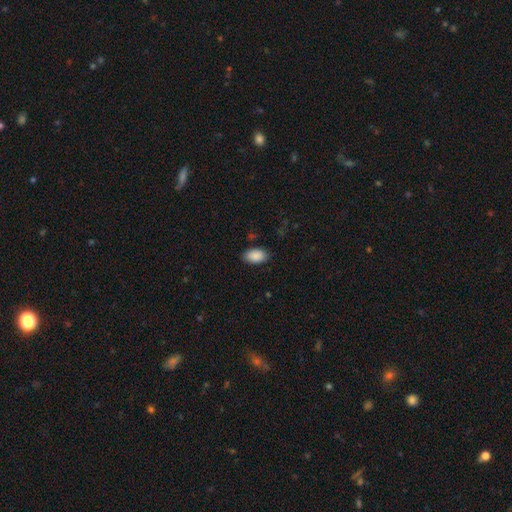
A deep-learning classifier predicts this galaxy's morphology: Smooth or featured? smooth (90%)
How rounded? in between (93%)
Merging? none (86%)